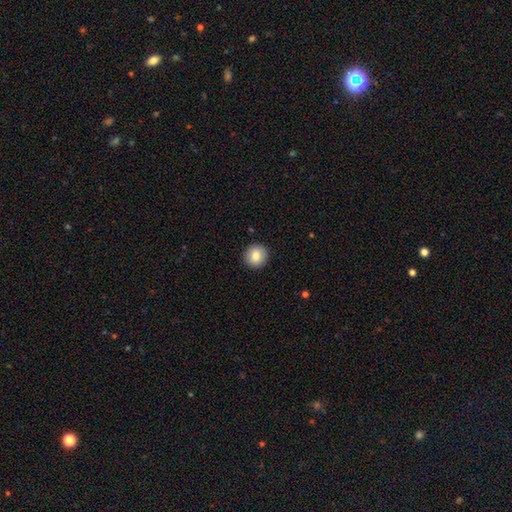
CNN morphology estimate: Smooth or featured?
  - smooth: 82% *
  - featured or disk: 9%
  - star or artifact: 8%
How rounded?
  - round: 94% *
  - in between: 5%
  - cigar-shaped: 1%
Merging?
  - none: 92% *
  - minor disturbance: 5%
  - major disturbance: 2%
  - merger: 1%